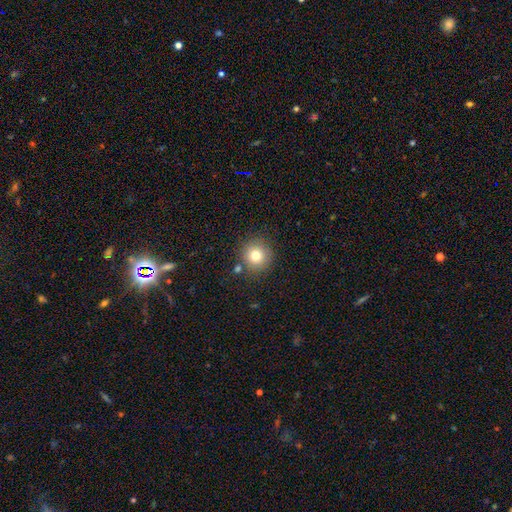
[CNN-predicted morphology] smooth 77%, star or artifact 13%, featured or disk 10%. Down the decision tree: how rounded — round (94%); merging — none (84%).